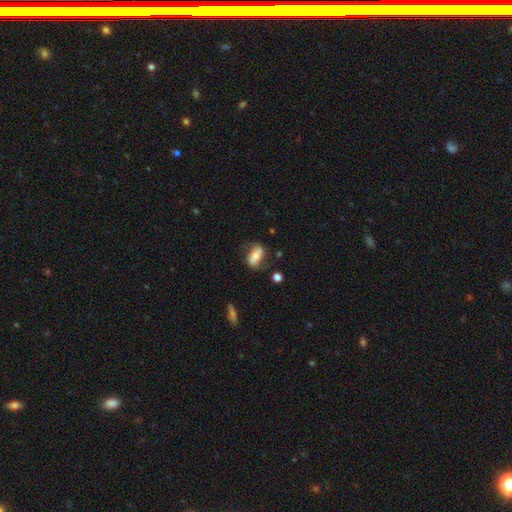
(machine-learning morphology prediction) Q: Smooth or featured?
A: smooth (57%); runner-up: featured or disk (35%)
Q: How rounded?
A: in between (87%); runner-up: round (7%)
Q: Merging?
A: none (60%); runner-up: minor disturbance (24%)